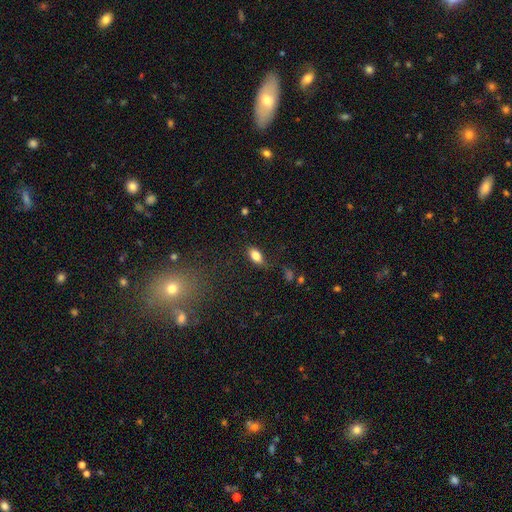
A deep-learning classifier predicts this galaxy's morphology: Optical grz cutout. It shows a smooth galaxy with no disk features (83%) that is in between round and cigar-shaped (89%). Merging: none (79%).